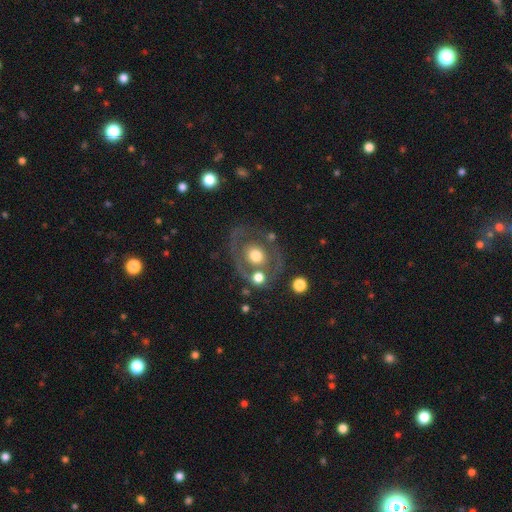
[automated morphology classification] The model was most divided on "smooth or featured": featured or disk: 53%, smooth: 39%, star or artifact: 8%. More confident: edge-on disk — no (95%); bar — no (89%); spiral arms — no (77%); merging — none (62%); bulge size — moderate (59%).